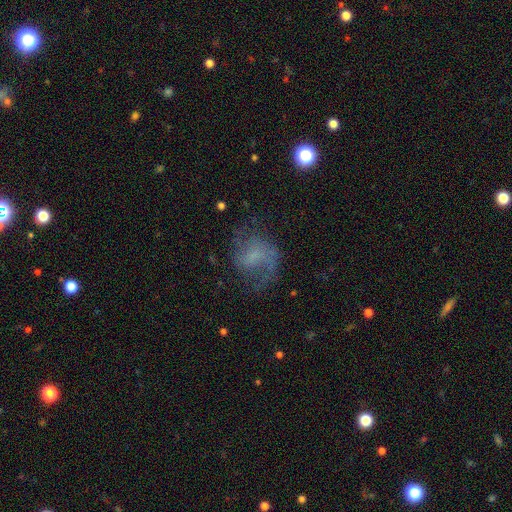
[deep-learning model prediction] Morphology: type=featured or disk (66%); edge-on=no (98%); bar=no (50%); spiral arms=yes (87%); winding=medium (44%); arm count=2 (69%); bulge=none (48%); merging=none (58%).